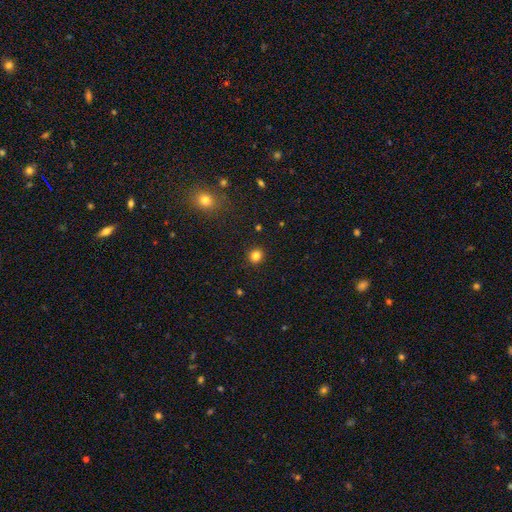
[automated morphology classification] This appears to be a smooth galaxy with no disk features (82%) that is round (89%). Merging: none (92%).